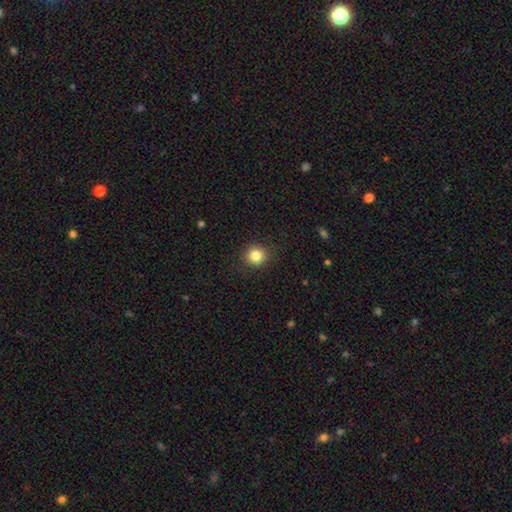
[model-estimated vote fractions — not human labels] The model was most divided on "smooth or featured": smooth: 84%, star or artifact: 11%, featured or disk: 5%. More confident: merging — none (89%); how rounded — round (87%).